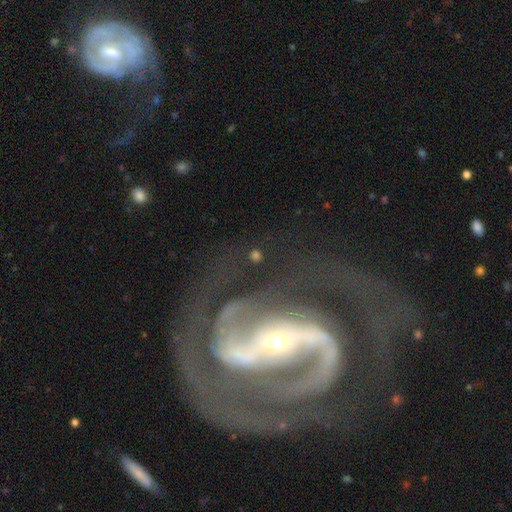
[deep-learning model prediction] This is likely a featured or disk galaxy (67%). It is clearly not viewed edge-on (93%). Bar: marginally no (37%). Spiral arm pattern: likely yes (80%). Central bulge: possibly small (50%). Merging: possibly none (53%).